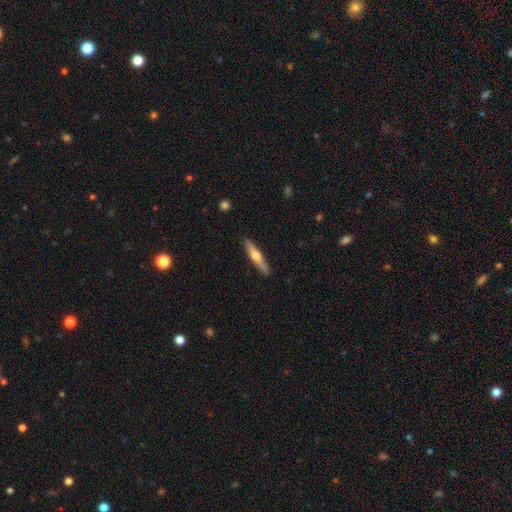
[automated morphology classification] smooth-or-featured: featured or disk: 52% | smooth: 43% | star or artifact: 5%
  disk-edge-on: yes: 94% | no: 6%
  merging: none: 90% | minor disturbance: 7% | major disturbance: 1% | merger: 1%